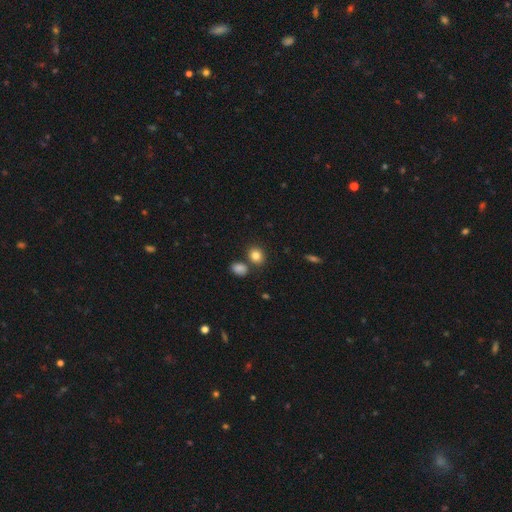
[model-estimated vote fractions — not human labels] smooth-or-featured: smooth: 83% | star or artifact: 11% | featured or disk: 6%
  how-rounded: round: 65% | in between: 34% | cigar-shaped: 1%
  merging: none: 72% | merger: 15% | minor disturbance: 10% | major disturbance: 3%